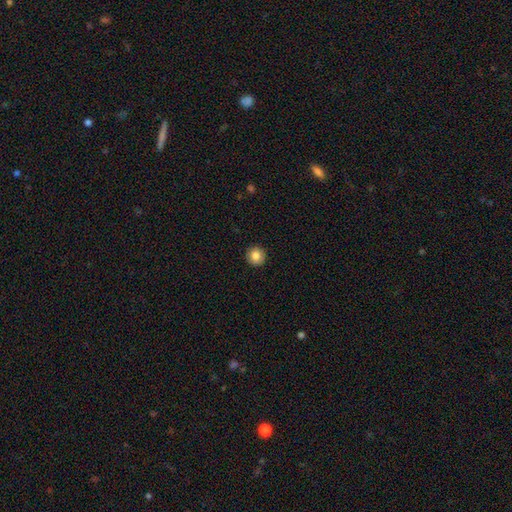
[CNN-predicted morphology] This is clearly a smooth galaxy (85%). How rounded: clearly round (94%). Merging: clearly none (92%).